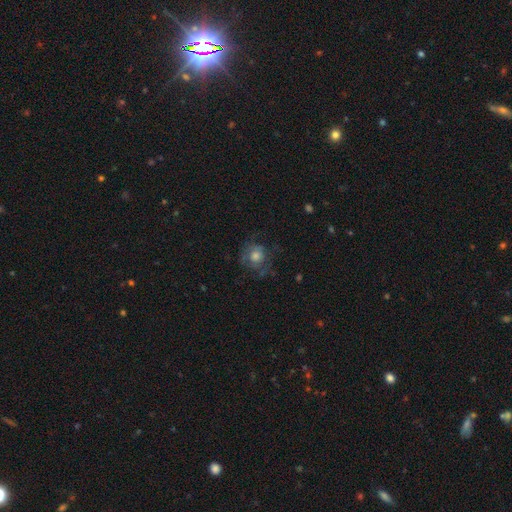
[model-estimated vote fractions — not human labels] Q: Smooth or featured?
A: smooth (49%); runner-up: featured or disk (37%)
Q: Merging?
A: none (63%); runner-up: minor disturbance (19%)